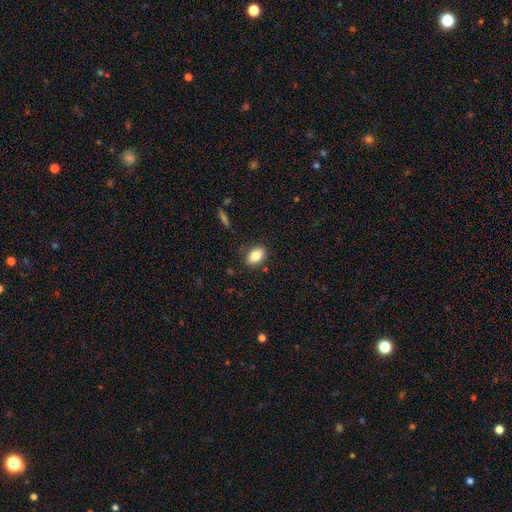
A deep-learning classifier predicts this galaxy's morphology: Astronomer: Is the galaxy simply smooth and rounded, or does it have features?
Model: smooth — 83%.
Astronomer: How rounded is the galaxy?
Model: in between — 86%.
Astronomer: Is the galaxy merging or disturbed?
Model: none — 84%.